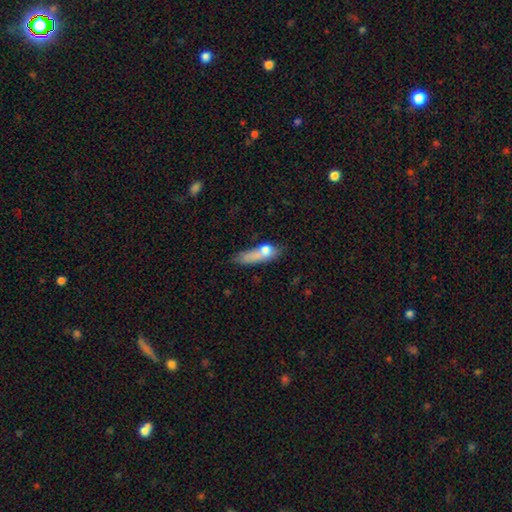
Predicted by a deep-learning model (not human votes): Smooth or featured? smooth (66%)
How rounded? cigar-shaped (54%)
Merging? none (37%)